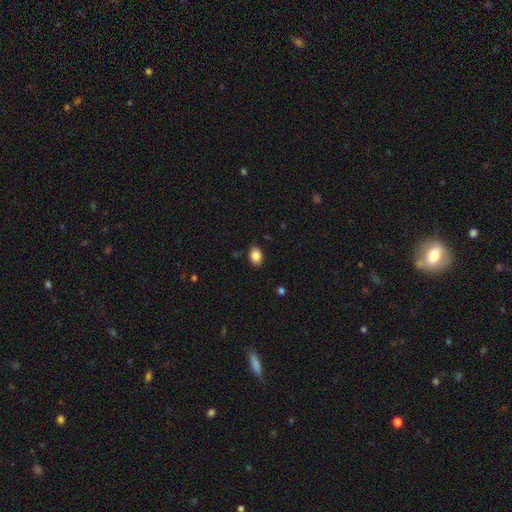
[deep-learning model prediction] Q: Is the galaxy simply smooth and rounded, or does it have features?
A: smooth — 86%.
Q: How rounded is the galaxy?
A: in between — 80%.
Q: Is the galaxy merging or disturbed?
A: none — 87%.